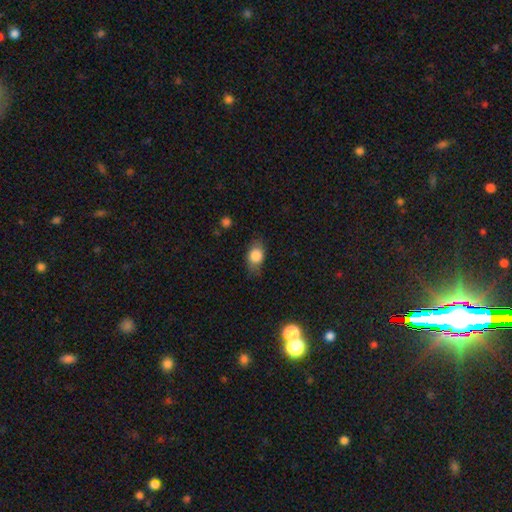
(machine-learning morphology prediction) smooth 81%, featured or disk 11%, star or artifact 8%. Down the decision tree: how rounded — in between (75%); merging — none (72%).